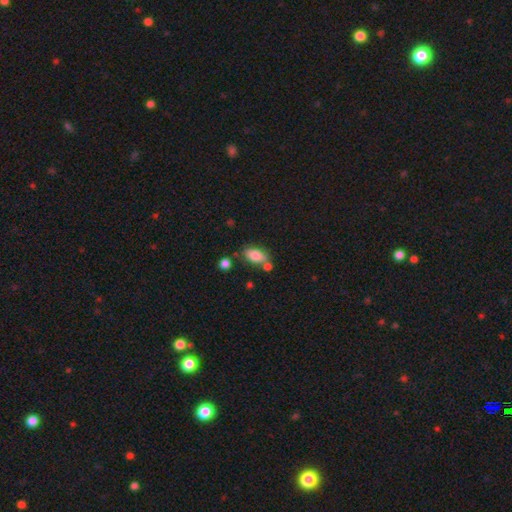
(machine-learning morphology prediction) Smooth or featured? smooth (80%)
How rounded? in between (90%)
Merging? none (65%)